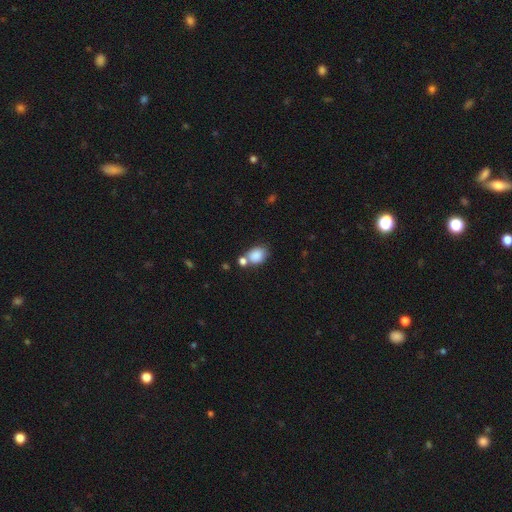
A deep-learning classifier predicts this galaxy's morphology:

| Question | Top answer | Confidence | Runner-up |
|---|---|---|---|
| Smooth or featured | smooth | 85% | star or artifact (9%) |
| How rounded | in between | 62% | round (37%) |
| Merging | none | 51% | merger (29%) |